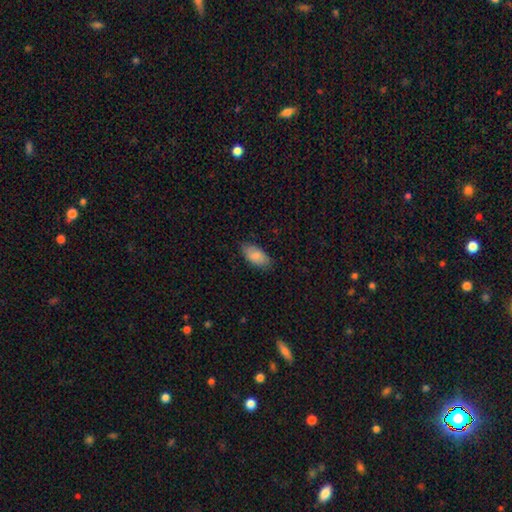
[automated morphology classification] Smooth or featured? Predicted: smooth (p=0.86). How rounded? Predicted: in between (p=0.93). Merging? Predicted: none (p=0.81).